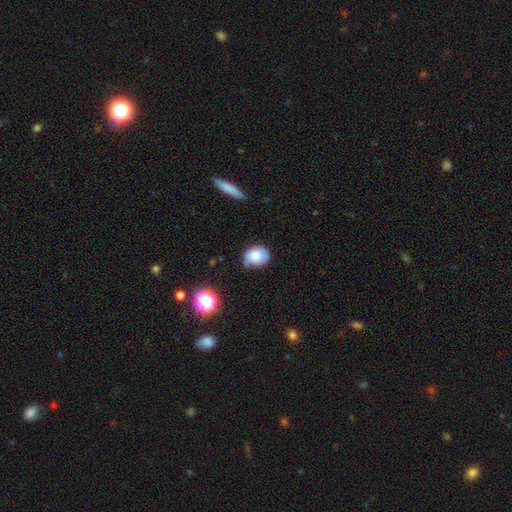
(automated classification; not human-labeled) smooth 77%, featured or disk 14%, star or artifact 10%. Down the decision tree: how rounded — round (55%); merging — none (52%).